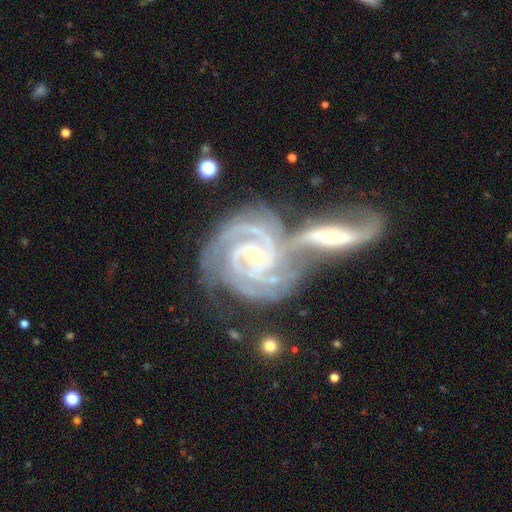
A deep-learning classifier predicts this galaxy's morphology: featured or disk 93%, star or artifact 4%, smooth 3%. Down the decision tree: edge-on disk — no (97%); bar — no (62%); spiral arms — yes (99%); spiral arm count — 2 (41%); spiral winding — tight (71%); bulge size — small (76%); merging — merger (54%).